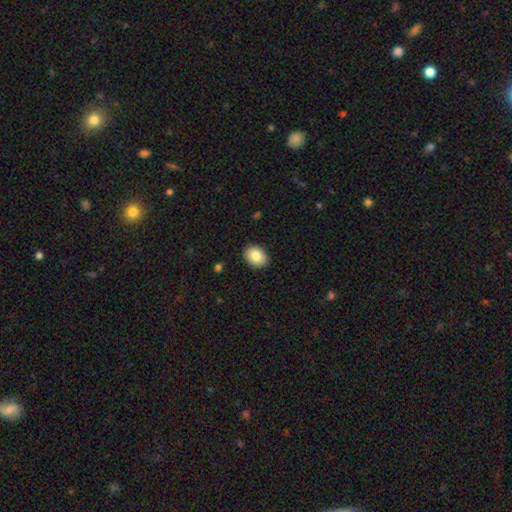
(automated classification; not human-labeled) Smooth or featured? smooth (84%)
How rounded? in between (67%)
Merging? none (89%)